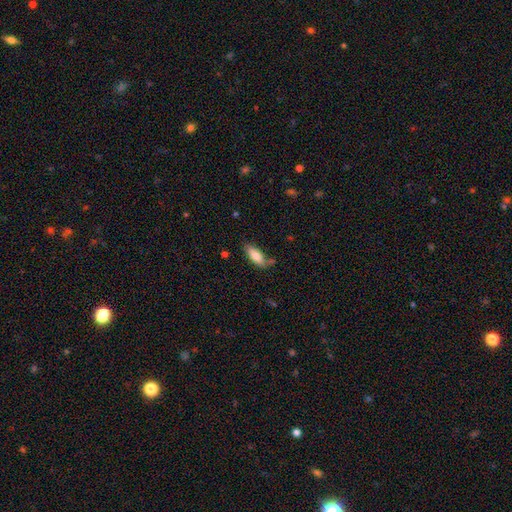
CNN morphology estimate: Smooth or featured?
  - smooth: 77% *
  - featured or disk: 16%
  - star or artifact: 6%
How rounded?
  - in between: 77% *
  - cigar-shaped: 21%
  - round: 2%
Merging?
  - none: 67% *
  - minor disturbance: 22%
  - merger: 7%
  - major disturbance: 5%